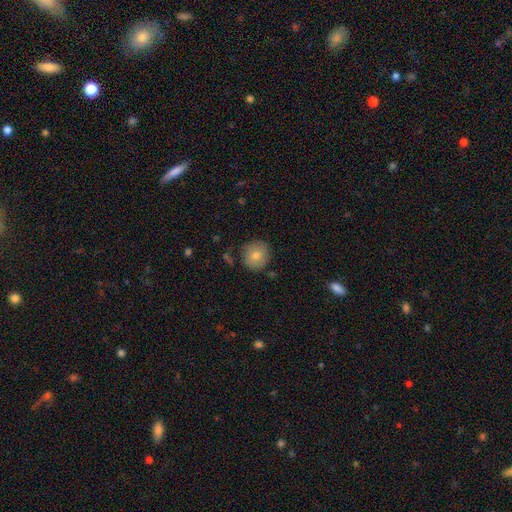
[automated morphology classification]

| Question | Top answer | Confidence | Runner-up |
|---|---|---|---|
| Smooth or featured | smooth | 80% | featured or disk (12%) |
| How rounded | round | 92% | in between (7%) |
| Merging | none | 83% | minor disturbance (12%) |